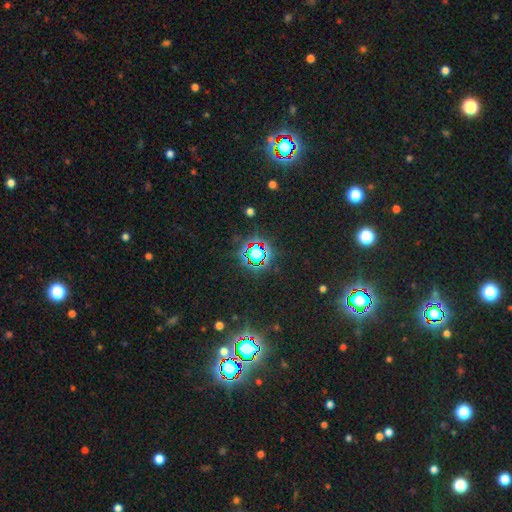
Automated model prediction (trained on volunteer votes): A star or artifact, not a galaxy (75%).

Vote fractions:
- Smooth or featured? star or artifact: 75% / smooth: 16% / featured or disk: 9%